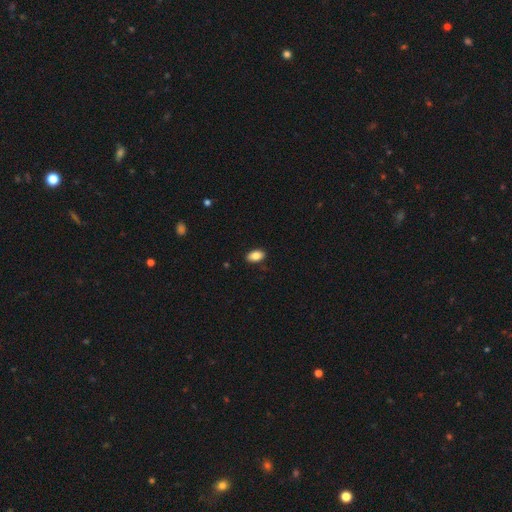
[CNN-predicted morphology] A smooth galaxy with no disk features (86%) that is in between round and cigar-shaped (91%).

Vote fractions:
- Smooth or featured? smooth: 86% / star or artifact: 8% / featured or disk: 6%
- How rounded? in between: 91% / round: 7% / cigar-shaped: 2%
- Merging? none: 87% / minor disturbance: 10% / major disturbance: 2% / merger: 1%